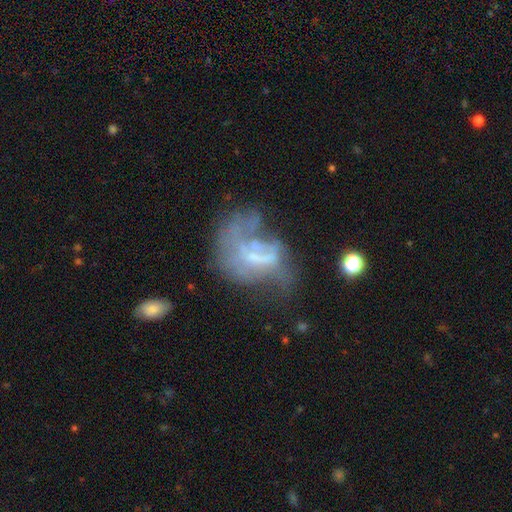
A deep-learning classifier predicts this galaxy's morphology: smooth_or_featured: featured or disk (p=0.60) [alt: smooth p=0.25]
disk_edge_on: no (p=0.97) [alt: yes p=0.03]
bar: no (p=0.67) [alt: weak p=0.24]
has_spiral_arms: no (p=0.76) [alt: yes p=0.24]
bulge_size: none (p=0.57) [alt: small p=0.23]
merging: major disturbance (p=0.46) [alt: none p=0.23]